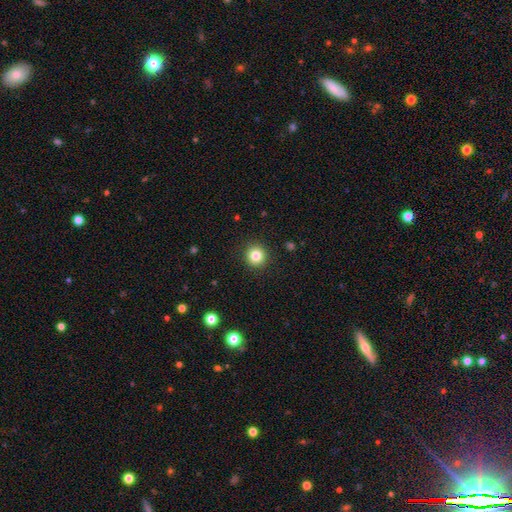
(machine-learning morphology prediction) type=smooth (83%); roundness=round (94%); merging=none (92%).